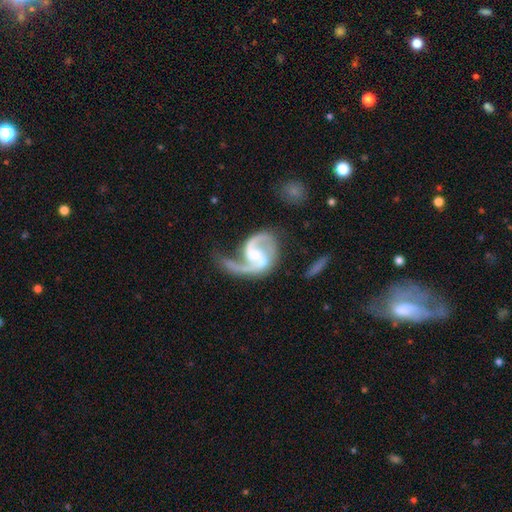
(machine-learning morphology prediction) Overall: featured or disk (93%). Edge-on disk: no (98%). Bar: weak (48%; no 37%). Spiral arms: yes (98%). Spiral arm count: 2 (89%). Spiral winding: medium (54%; loose 36%). Bulge size: moderate (40%; small 38%). Merging: none (50%; major disturbance 23%).